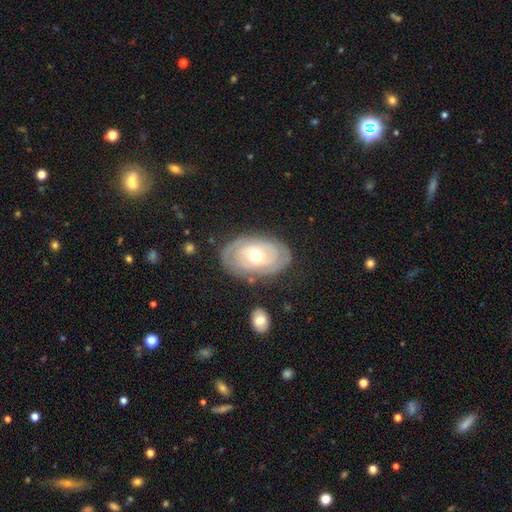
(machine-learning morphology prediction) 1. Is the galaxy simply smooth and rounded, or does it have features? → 81% featured or disk, 14% smooth, 5% star or artifact.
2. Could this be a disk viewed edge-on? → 95% no, 5% yes.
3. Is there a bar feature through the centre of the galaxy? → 66% no, 26% weak, 8% strong.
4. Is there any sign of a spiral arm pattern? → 87% yes, 13% no.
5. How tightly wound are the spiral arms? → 77% tight, 18% medium, 5% loose.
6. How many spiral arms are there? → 47% 2, 31% can't tell, 11% 3, 4% 1, 4% 4, 3% more than 4.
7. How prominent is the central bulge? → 76% moderate, 18% small, 4% large, 1% dominant, 1% none.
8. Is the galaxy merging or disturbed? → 80% none, 13% minor disturbance, 4% major disturbance, 2% merger.